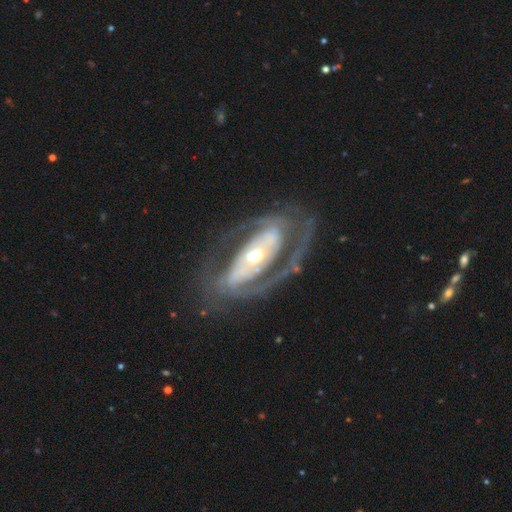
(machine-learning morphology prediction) Q: Smooth or featured?
A: featured or disk (87%); runner-up: smooth (8%)
Q: Edge-on disk?
A: no (94%); runner-up: yes (6%)
Q: Bar?
A: no (38%); runner-up: strong (37%)
Q: Spiral arms?
A: yes (88%); runner-up: no (12%)
Q: Spiral winding?
A: medium (43%); runner-up: tight (41%)
Q: Spiral arm count?
A: 2 (77%); runner-up: can't tell (10%)
Q: Bulge size?
A: moderate (61%); runner-up: small (25%)
Q: Merging?
A: none (67%); runner-up: minor disturbance (16%)